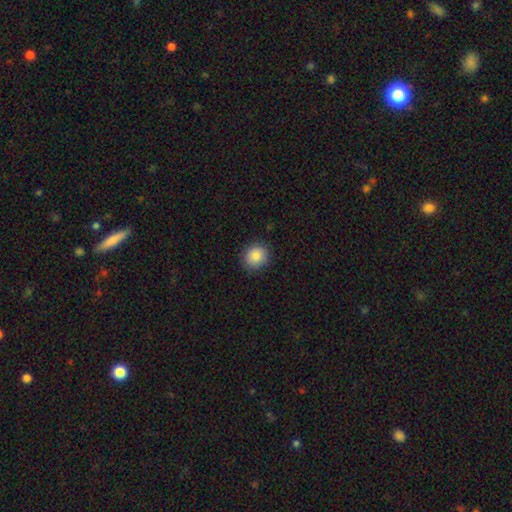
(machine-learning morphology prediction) smooth 87%, star or artifact 9%, featured or disk 4%. Down the decision tree: how rounded — round (81%); merging — none (88%).